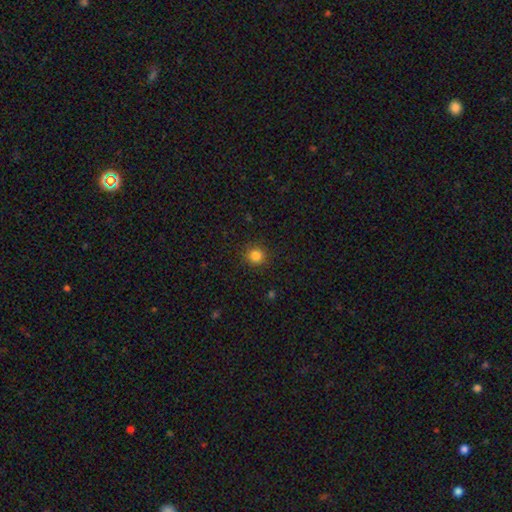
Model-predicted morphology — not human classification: Smooth or featured?
  - smooth: 84% *
  - star or artifact: 12%
  - featured or disk: 4%
How rounded?
  - round: 93% *
  - in between: 6%
  - cigar-shaped: 1%
Merging?
  - none: 90% *
  - minor disturbance: 7%
  - major disturbance: 2%
  - merger: 1%